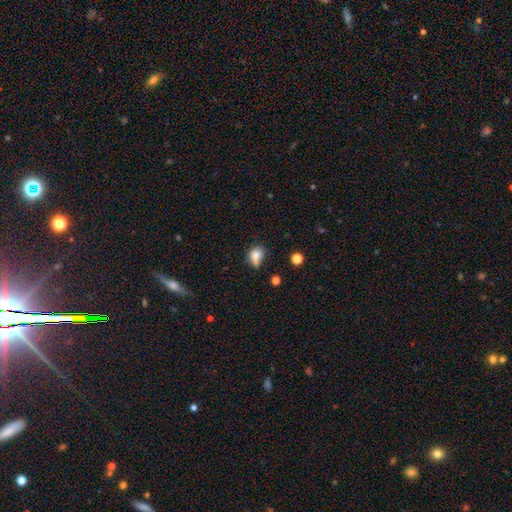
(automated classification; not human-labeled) Overall: smooth (77%). How rounded: in between (54%; round 44%). Merging: none (36%; minor disturbance 34%).